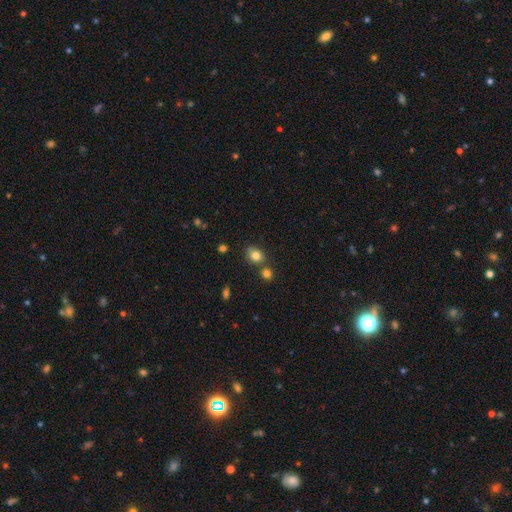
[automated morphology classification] A smooth galaxy with no disk features (81%) that is round (61%).

Vote fractions:
- Smooth or featured? smooth: 81% / star or artifact: 12% / featured or disk: 7%
- How rounded? round: 61% / in between: 38% / cigar-shaped: 1%
- Merging? none: 67% / merger: 16% / minor disturbance: 13% / major disturbance: 4%